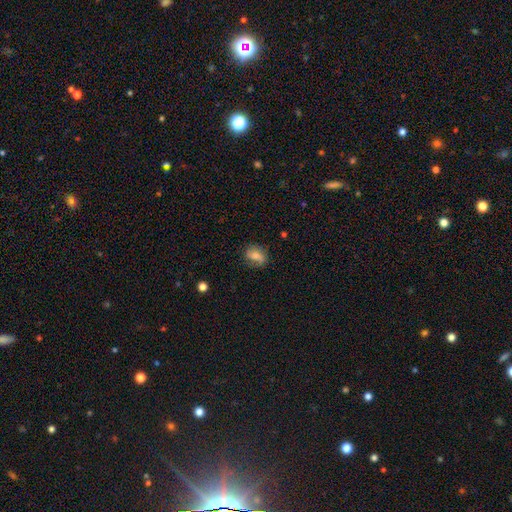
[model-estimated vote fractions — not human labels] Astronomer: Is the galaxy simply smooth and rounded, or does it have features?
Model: smooth — 54% (runner-up: featured or disk, 36%).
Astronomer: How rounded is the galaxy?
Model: in between — 58% (runner-up: round, 39%).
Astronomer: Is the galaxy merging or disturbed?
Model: none — 72%.